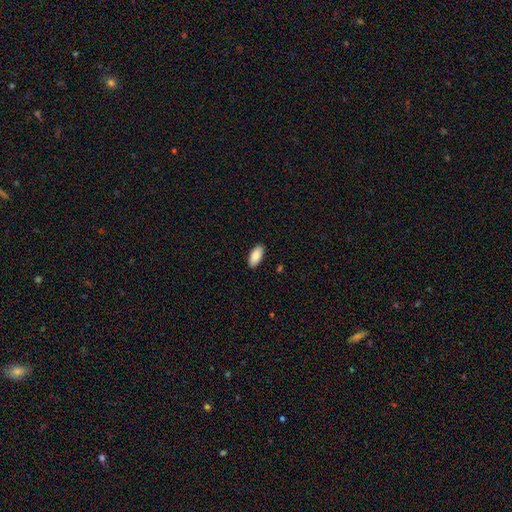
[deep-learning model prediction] smooth-or-featured: smooth: 90% | star or artifact: 6% | featured or disk: 4%
  how-rounded: in between: 93% | cigar-shaped: 6% | round: 2%
  merging: none: 90% | minor disturbance: 8% | major disturbance: 2% | merger: 1%